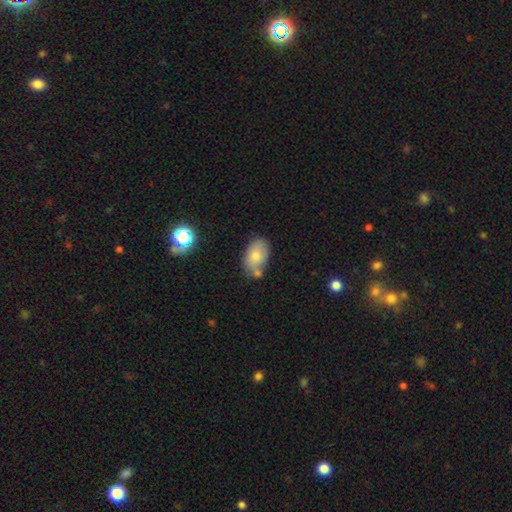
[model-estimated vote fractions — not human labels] Smooth or featured: smooth — 76% (featured or disk — 16%)
How rounded: in between — 89% (round — 10%)
Merging: none — 56% (minor disturbance — 20%)